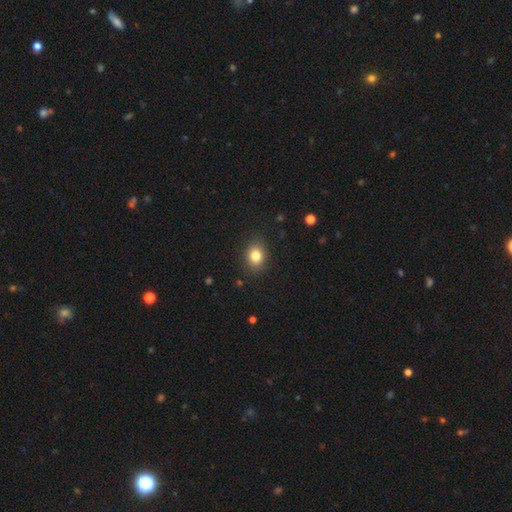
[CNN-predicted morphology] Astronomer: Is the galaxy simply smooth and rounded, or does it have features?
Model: smooth — 82%.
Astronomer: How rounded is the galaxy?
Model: round — 50% (runner-up: in between, 49%).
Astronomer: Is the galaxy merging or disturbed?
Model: none — 87%.